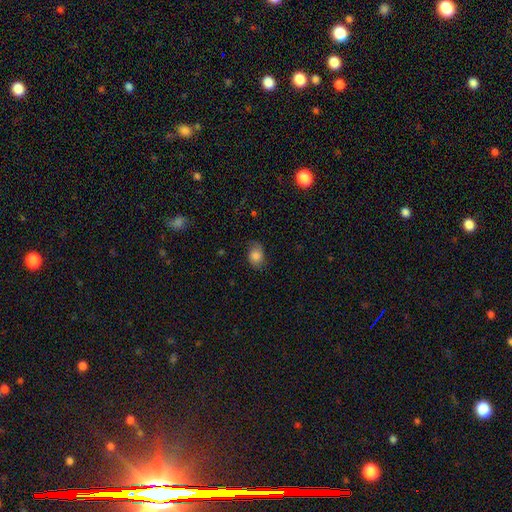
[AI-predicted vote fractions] A smooth galaxy with no disk features (77%) that is in between round and cigar-shaped (66%).

Vote fractions:
- Smooth or featured? smooth: 77% / featured or disk: 14% / star or artifact: 9%
- How rounded? in between: 66% / round: 33% / cigar-shaped: 1%
- Merging? none: 70% / minor disturbance: 23% / major disturbance: 6% / merger: 1%